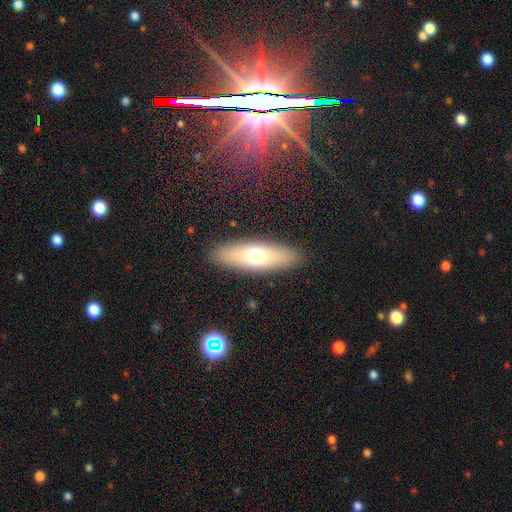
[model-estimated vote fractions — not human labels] smooth_or_featured: smooth (p=0.65) [alt: featured or disk p=0.28]
how_rounded: in between (p=0.54) [alt: cigar-shaped p=0.43]
merging: none (p=0.89) [alt: minor disturbance p=0.07]